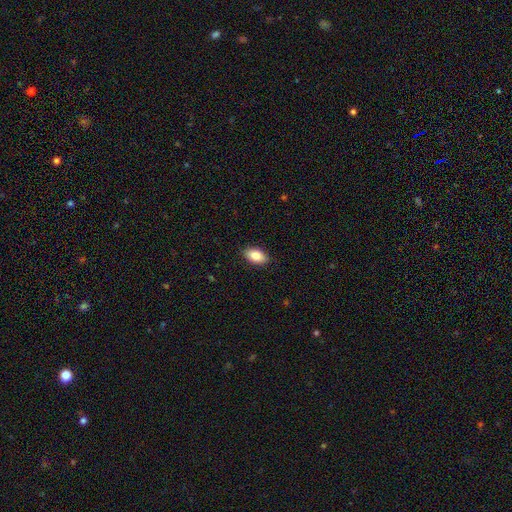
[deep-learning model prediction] Smooth or featured?
  - smooth: 82% *
  - featured or disk: 11%
  - star or artifact: 7%
How rounded?
  - in between: 91% *
  - round: 5%
  - cigar-shaped: 3%
Merging?
  - none: 89% *
  - minor disturbance: 8%
  - major disturbance: 2%
  - merger: 1%